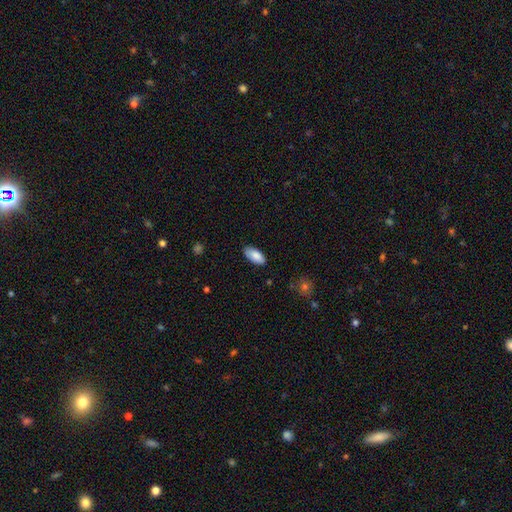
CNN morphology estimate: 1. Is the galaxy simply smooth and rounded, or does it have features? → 86% smooth, 8% featured or disk, 6% star or artifact.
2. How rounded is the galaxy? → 92% in between, 6% cigar-shaped, 2% round.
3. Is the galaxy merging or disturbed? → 83% none, 14% minor disturbance, 2% major disturbance, 1% merger.